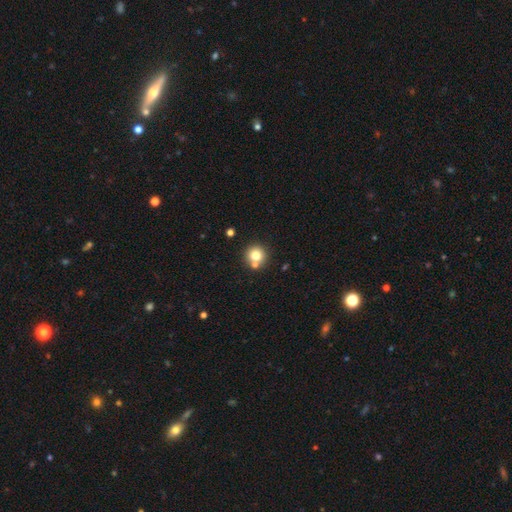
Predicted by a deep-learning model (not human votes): Q: Smooth or featured?
A: smooth (78%); runner-up: star or artifact (12%)
Q: How rounded?
A: round (93%); runner-up: in between (6%)
Q: Merging?
A: none (70%); runner-up: merger (20%)